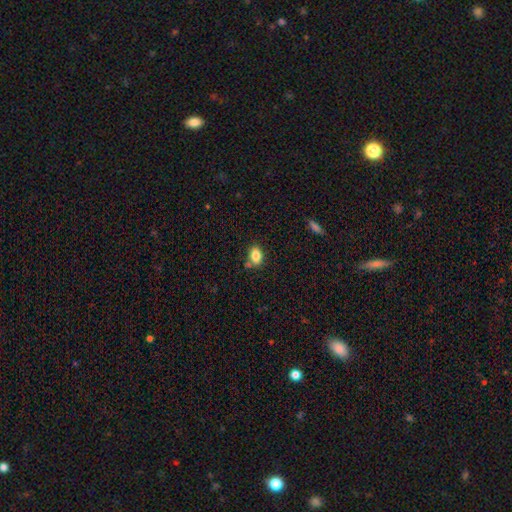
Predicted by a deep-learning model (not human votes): smooth-or-featured: smooth: 84% | star or artifact: 10% | featured or disk: 6%
  how-rounded: in between: 75% | round: 24% | cigar-shaped: 2%
  merging: none: 71% | minor disturbance: 15% | merger: 11% | major disturbance: 4%